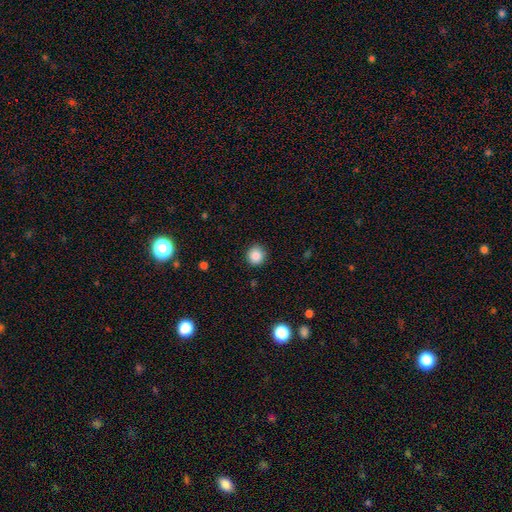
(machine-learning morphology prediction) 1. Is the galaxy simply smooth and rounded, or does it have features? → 87% smooth, 10% star or artifact, 3% featured or disk.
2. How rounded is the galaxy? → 91% round, 8% in between, 1% cigar-shaped.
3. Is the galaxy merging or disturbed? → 89% none, 8% minor disturbance, 2% major disturbance, 1% merger.